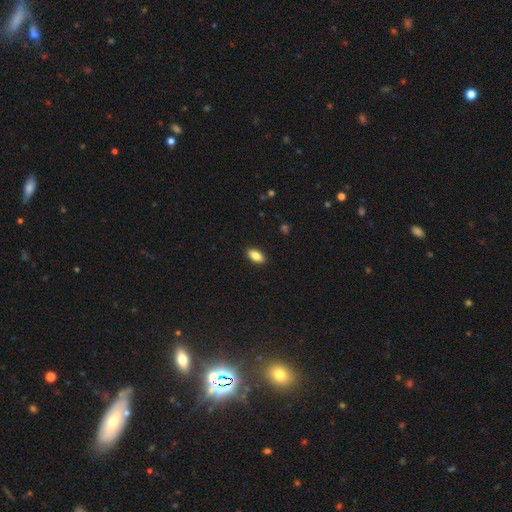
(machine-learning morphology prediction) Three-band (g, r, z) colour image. It shows a smooth galaxy with no disk features (83%) that is in between round and cigar-shaped (90%). Merging: none (89%).